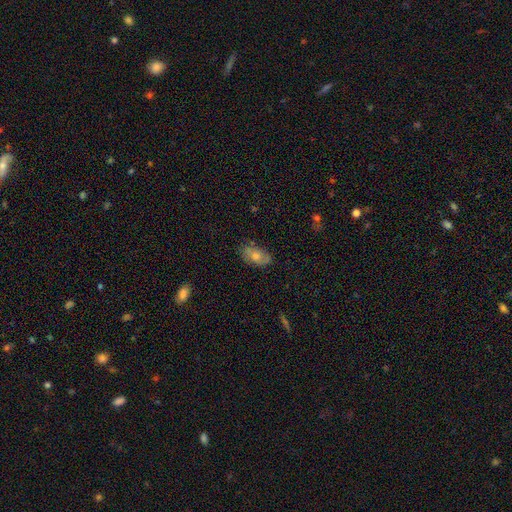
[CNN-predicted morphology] Q: Smooth or featured?
A: smooth (54%); runner-up: featured or disk (33%)
Q: How rounded?
A: in between (89%); runner-up: round (7%)
Q: Merging?
A: none (80%); runner-up: minor disturbance (15%)